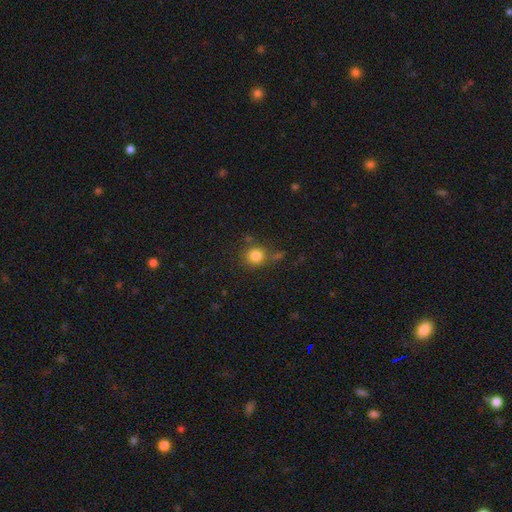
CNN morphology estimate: The model was most divided on "merging": none: 71%, minor disturbance: 15%, merger: 8%, major disturbance: 6%. More confident: how rounded — round (87%); smooth or featured — smooth (82%).